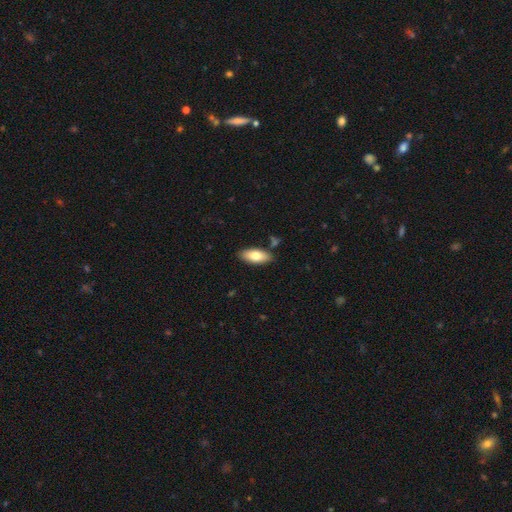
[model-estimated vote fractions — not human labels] The model was most divided on "smooth or featured": smooth: 78%, featured or disk: 16%, star or artifact: 6%. More confident: how rounded — in between (85%); merging — none (84%).